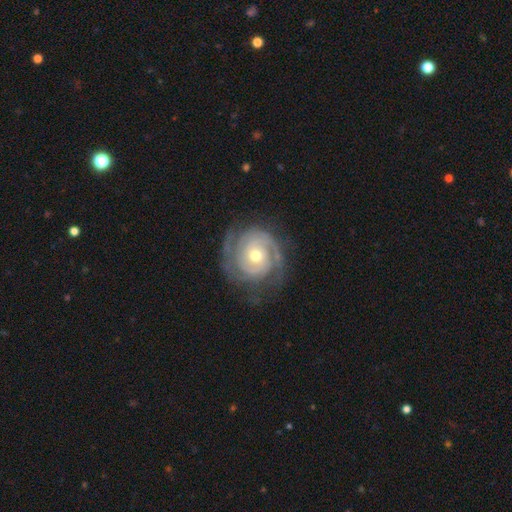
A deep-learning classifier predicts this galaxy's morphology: A featured or disk galaxy (89%) with no bar (74%), 2 (52%) tight (72%) spiral arms (97%) and a moderate central bulge (63%).

Vote fractions:
- Smooth or featured? featured or disk: 89% / smooth: 7% / star or artifact: 5%
- Edge-on disk? no: 98% / yes: 2%
- Bar? no: 74% / weak: 20% / strong: 6%
- Spiral arms? yes: 97% / no: 3%
- Spiral winding? tight: 72% / medium: 23% / loose: 5%
- Spiral arm count? 2: 52% / 3: 19% / can't tell: 15% / 4: 5% / 1: 5% / more than 4: 4%
- Bulge size? moderate: 63% / small: 33% / large: 3% / none: 1% / dominant: 1%
- Merging? none: 76% / minor disturbance: 16% / major disturbance: 7% / merger: 1%